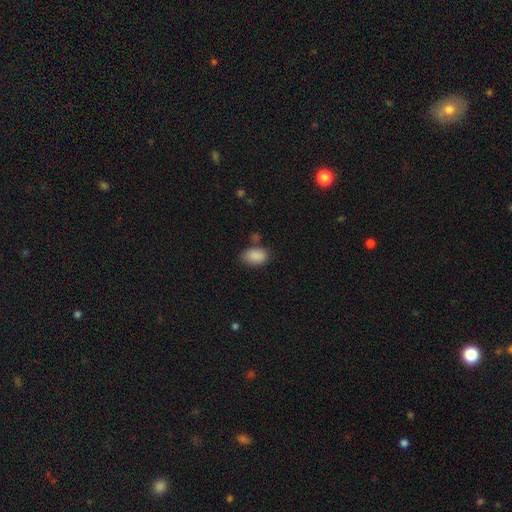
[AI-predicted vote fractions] The model was most divided on "merging": none: 71%, minor disturbance: 19%, merger: 6%, major disturbance: 5%. More confident: how rounded — in between (89%); smooth or featured — smooth (88%).